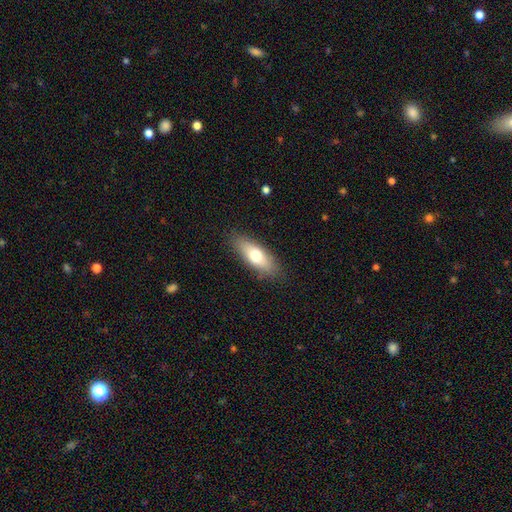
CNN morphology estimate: Smooth or featured?
  - smooth: 69% *
  - featured or disk: 24%
  - star or artifact: 6%
How rounded?
  - in between: 63% *
  - cigar-shaped: 34%
  - round: 3%
Merging?
  - none: 86% *
  - minor disturbance: 11%
  - major disturbance: 3%
  - merger: 1%